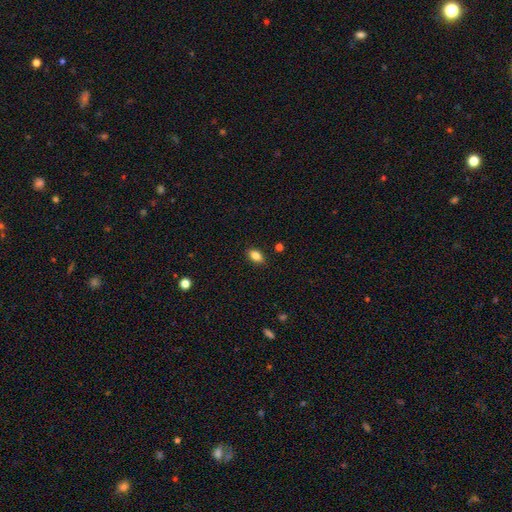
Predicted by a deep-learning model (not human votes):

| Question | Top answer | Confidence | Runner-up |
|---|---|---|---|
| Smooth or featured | smooth | 82% | star or artifact (9%) |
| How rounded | in between | 87% | round (9%) |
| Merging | none | 88% | minor disturbance (9%) |